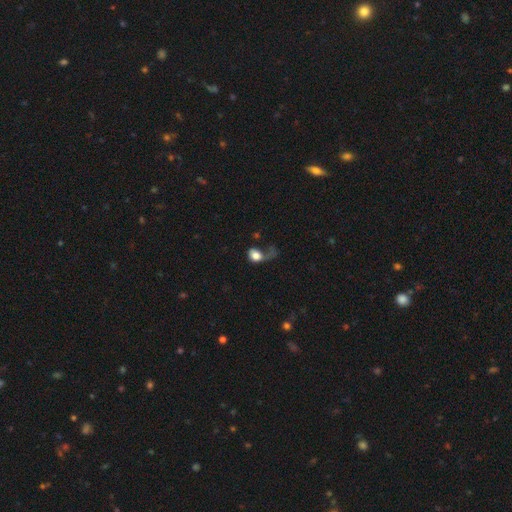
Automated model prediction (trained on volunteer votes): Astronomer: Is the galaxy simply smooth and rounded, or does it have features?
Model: smooth — 67%.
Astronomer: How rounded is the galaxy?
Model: round — 50% (runner-up: in between, 48%).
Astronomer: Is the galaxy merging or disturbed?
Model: major disturbance — 57%.